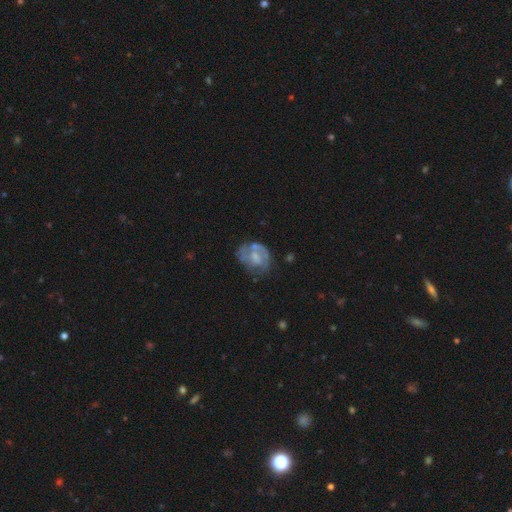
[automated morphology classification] This appears to be a featured or disk galaxy (63%) with no bar (61%), spiral arms (59%) and a moderate central bulge (38%). Merging: none (50%).